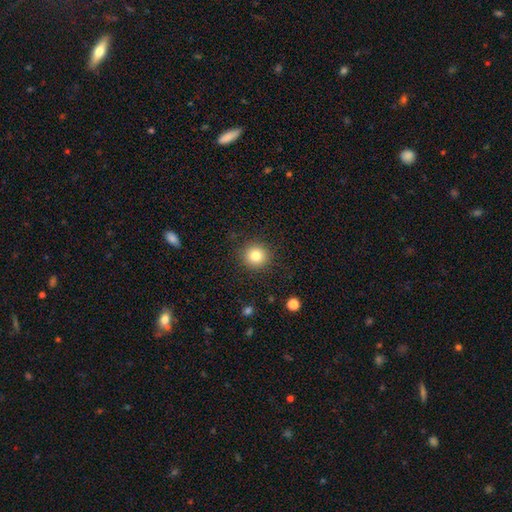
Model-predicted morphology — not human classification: type=smooth (81%); roundness=round (93%); merging=none (90%).